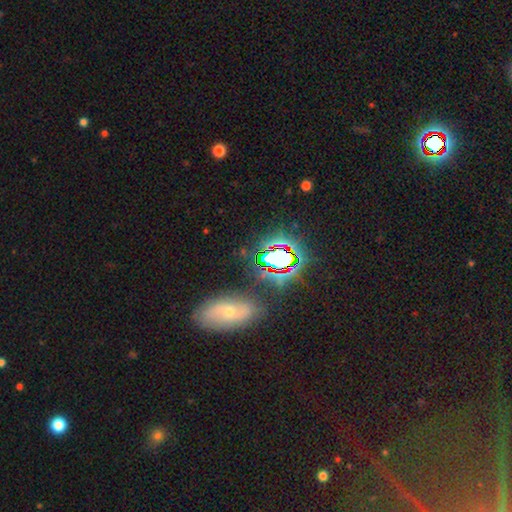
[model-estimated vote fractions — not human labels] smooth_or_featured: star or artifact (p=0.63) [alt: smooth p=0.20]